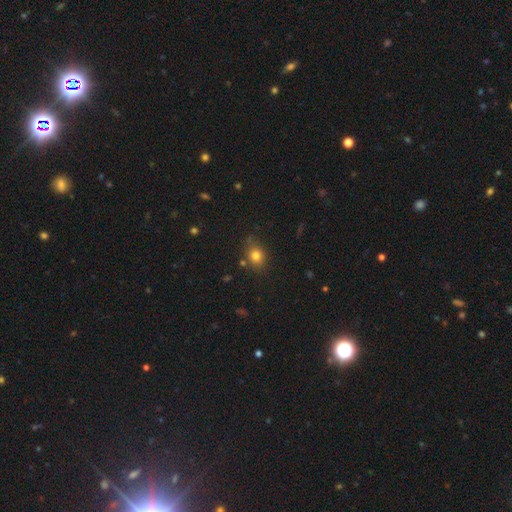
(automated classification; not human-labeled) Overall: smooth (79%). How rounded: round (56%; in between 43%). Merging: none (77%).